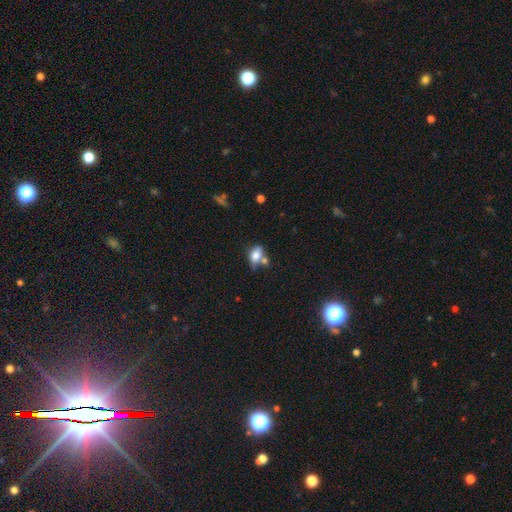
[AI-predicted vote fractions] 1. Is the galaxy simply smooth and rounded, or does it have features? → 73% smooth, 17% featured or disk, 10% star or artifact.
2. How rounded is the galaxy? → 83% in between, 13% round, 4% cigar-shaped.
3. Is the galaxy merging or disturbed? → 40% none, 34% merger, 18% minor disturbance, 8% major disturbance.